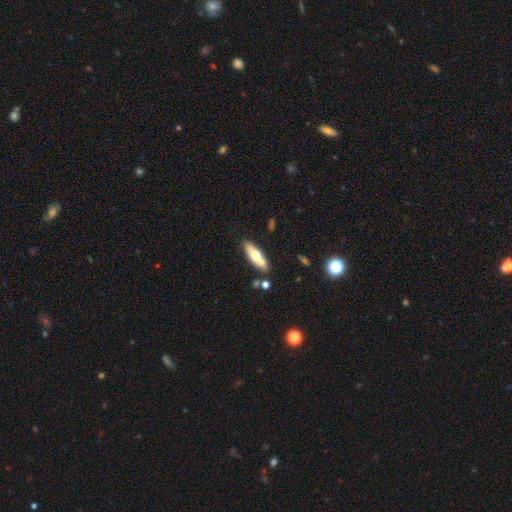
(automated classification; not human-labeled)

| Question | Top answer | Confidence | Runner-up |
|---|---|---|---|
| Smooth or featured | smooth | 56% | featured or disk (38%) |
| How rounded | cigar-shaped | 53% | in between (45%) |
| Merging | none | 76% | minor disturbance (13%) |